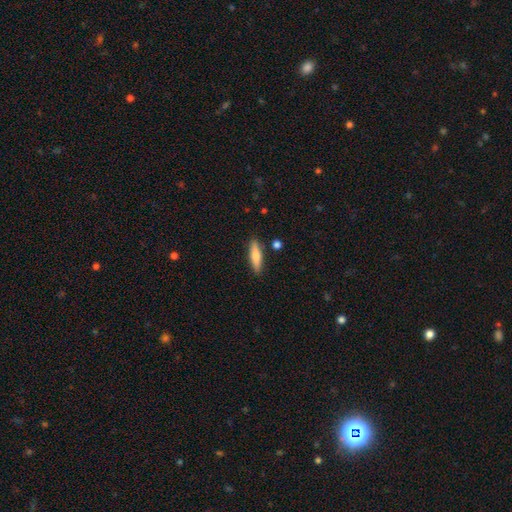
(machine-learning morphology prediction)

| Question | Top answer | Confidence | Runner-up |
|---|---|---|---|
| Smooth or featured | smooth | 68% | featured or disk (26%) |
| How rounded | cigar-shaped | 70% | in between (28%) |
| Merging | none | 86% | minor disturbance (9%) |